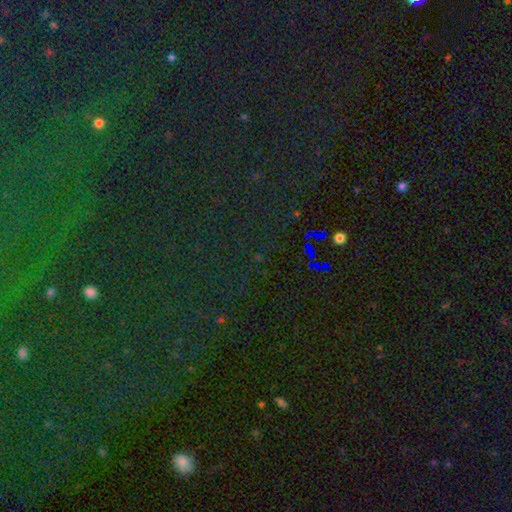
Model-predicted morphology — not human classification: smooth_or_featured: star or artifact (p=0.84) [alt: smooth p=0.09]